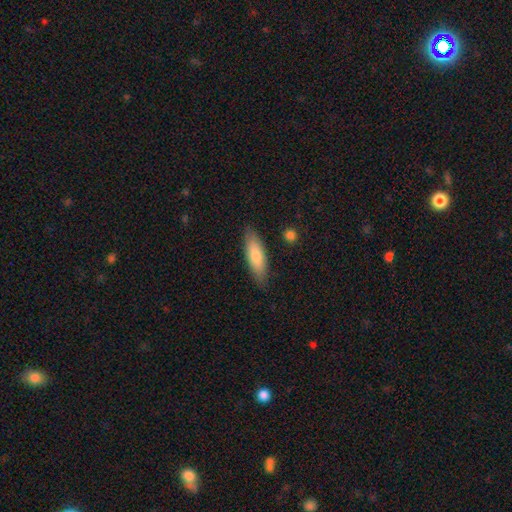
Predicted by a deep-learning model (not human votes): Smooth or featured: smooth — 75% (featured or disk — 20%)
How rounded: cigar-shaped — 53% (in between — 45%)
Merging: none — 86% (minor disturbance — 11%)